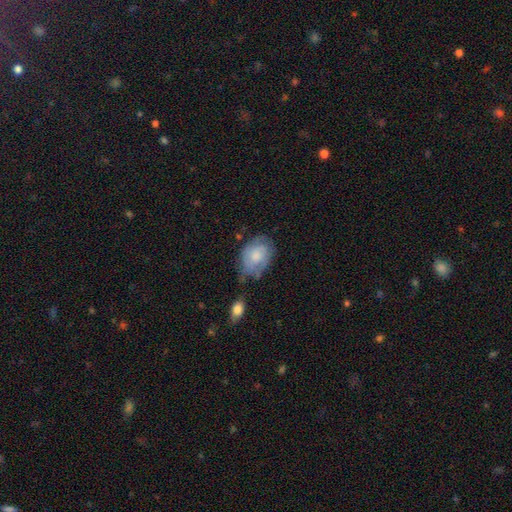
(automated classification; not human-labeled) smooth-or-featured: featured or disk: 50% | smooth: 43% | star or artifact: 7%
  merging: none: 53% | minor disturbance: 30% | major disturbance: 12% | merger: 5%